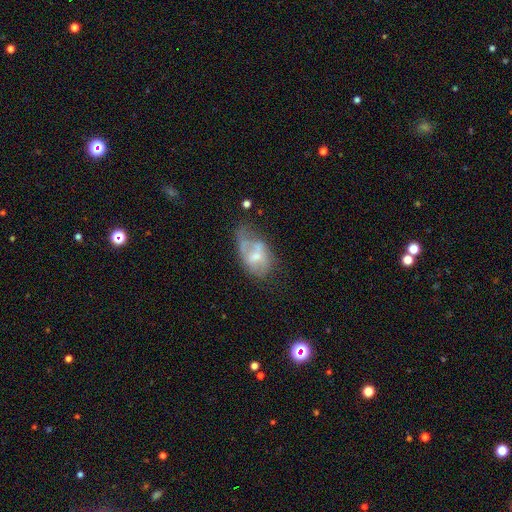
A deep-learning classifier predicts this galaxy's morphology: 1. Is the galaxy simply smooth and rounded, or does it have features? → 50% featured or disk, 41% smooth, 9% star or artifact.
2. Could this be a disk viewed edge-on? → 95% no, 5% yes.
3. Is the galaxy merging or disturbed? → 32% major disturbance, 29% minor disturbance, 24% none, 15% merger.